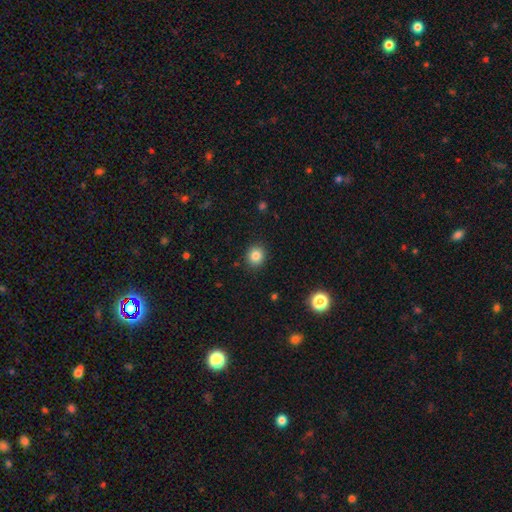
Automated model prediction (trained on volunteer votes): This appears to be a smooth galaxy with no disk features (84%) that is round (83%). Merging: none (90%).